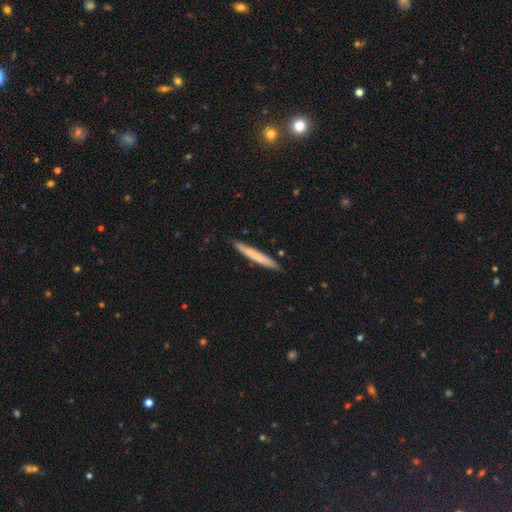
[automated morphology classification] This is likely a smooth galaxy (67%). How rounded: clearly cigar-shaped (96%). Merging: clearly none (88%).